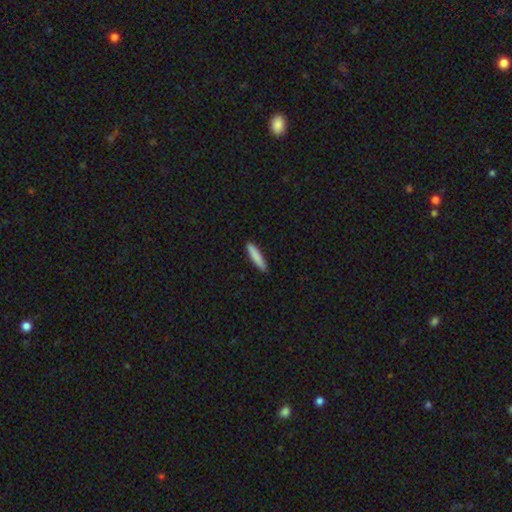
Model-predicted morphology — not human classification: Smooth or featured: smooth — 86% (featured or disk — 9%)
How rounded: cigar-shaped — 88% (in between — 10%)
Merging: none — 91% (minor disturbance — 7%)